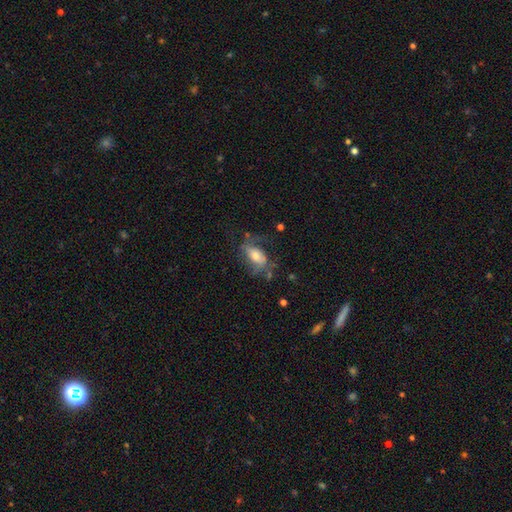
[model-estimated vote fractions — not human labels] smooth-or-featured: featured or disk: 53% | smooth: 38% | star or artifact: 10%
  disk-edge-on: no: 92% | yes: 8%
  merging: none: 47% | major disturbance: 27% | minor disturbance: 23% | merger: 4%